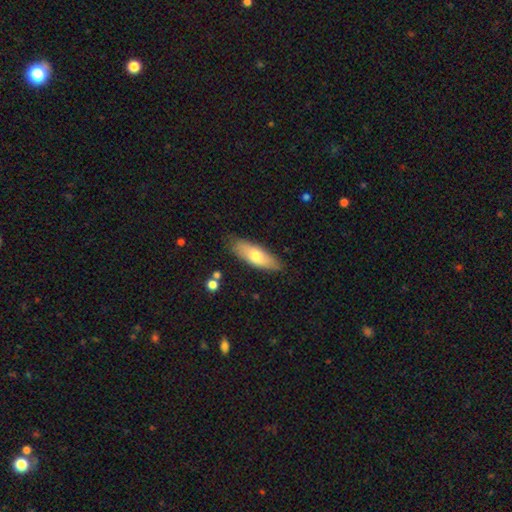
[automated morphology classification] Overall: smooth (66%; featured or disk 29%). How rounded: in between (61%; cigar-shaped 36%). Merging: none (85%).